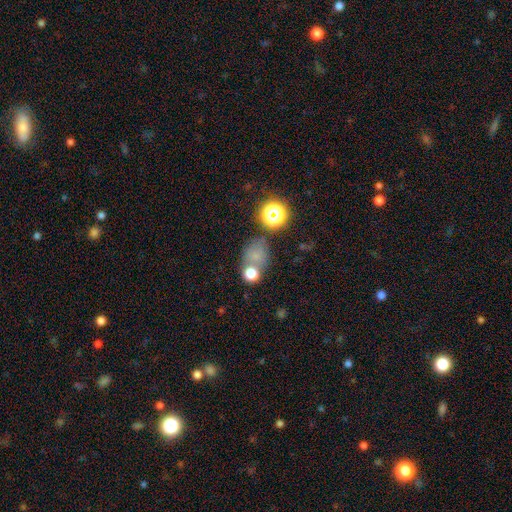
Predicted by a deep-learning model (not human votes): Smooth or featured? Predicted: smooth (p=0.67). How rounded? Predicted: round (p=0.57). Merging? Predicted: none (p=0.55).